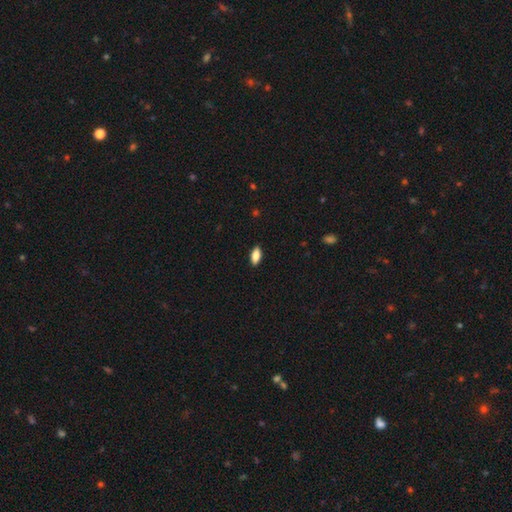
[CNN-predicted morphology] A smooth galaxy with no disk features (84%) that is in between round and cigar-shaped (85%). Merging: none (89%).